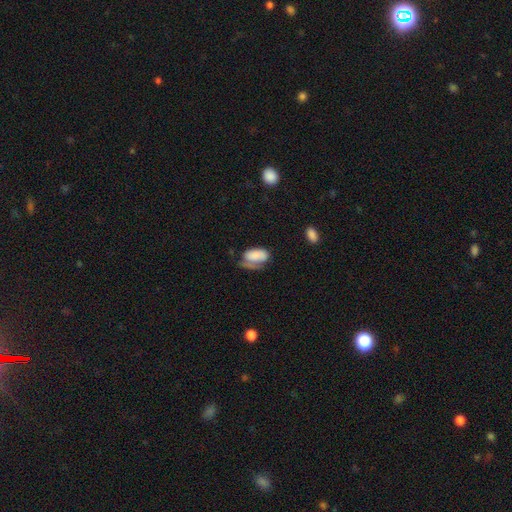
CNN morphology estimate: A smooth galaxy with no disk features (70%) that is in between round and cigar-shaped (92%).

Vote fractions:
- Smooth or featured? smooth: 70% / featured or disk: 22% / star or artifact: 8%
- How rounded? in between: 92% / round: 6% / cigar-shaped: 2%
- Merging? major disturbance: 35% / minor disturbance: 31% / none: 29% / merger: 4%